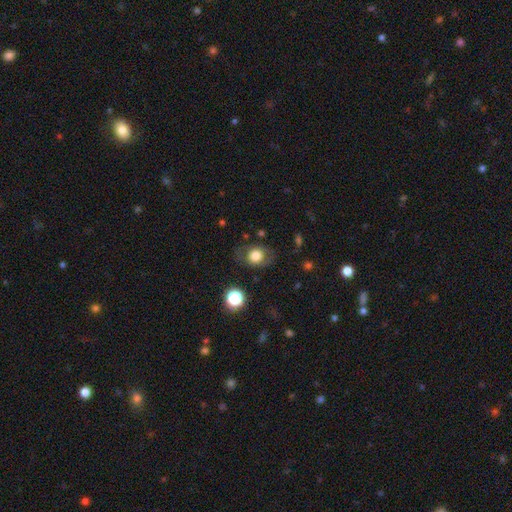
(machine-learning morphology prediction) Smooth or featured?
  - smooth: 72% *
  - featured or disk: 19%
  - star or artifact: 10%
How rounded?
  - round: 50% *
  - in between: 48%
  - cigar-shaped: 1%
Merging?
  - none: 72% *
  - minor disturbance: 17%
  - major disturbance: 9%
  - merger: 2%